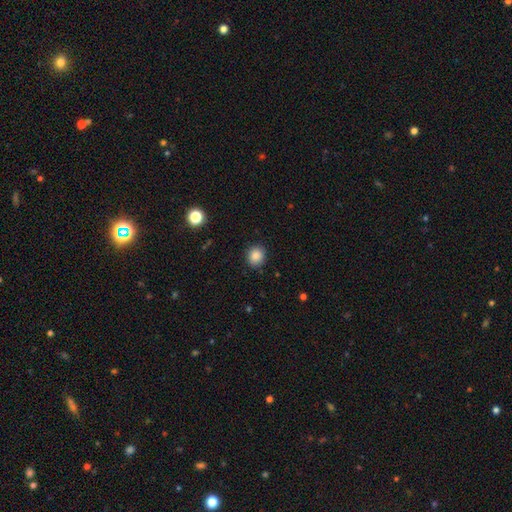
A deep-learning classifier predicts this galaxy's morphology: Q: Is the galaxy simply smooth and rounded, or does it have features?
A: smooth — 86%.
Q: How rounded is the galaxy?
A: round — 79%.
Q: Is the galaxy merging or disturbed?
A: none — 88%.